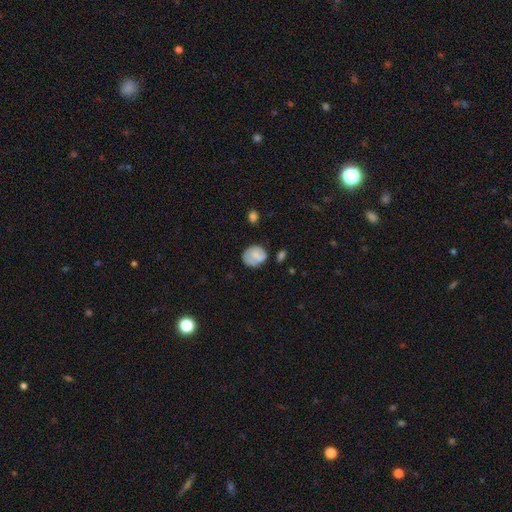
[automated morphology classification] smooth 68%, featured or disk 24%, star or artifact 8%. Down the decision tree: how rounded — round (62%); merging — none (57%).